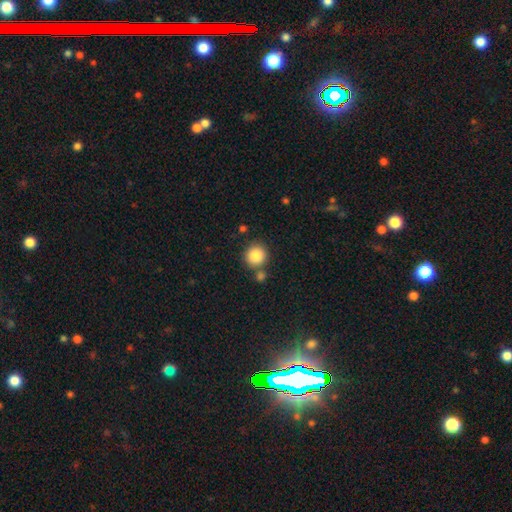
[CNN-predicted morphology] smooth_or_featured: smooth (p=0.86) [alt: star or artifact p=0.09]
how_rounded: round (p=0.91) [alt: in between p=0.08]
merging: none (p=0.74) [alt: merger p=0.13]